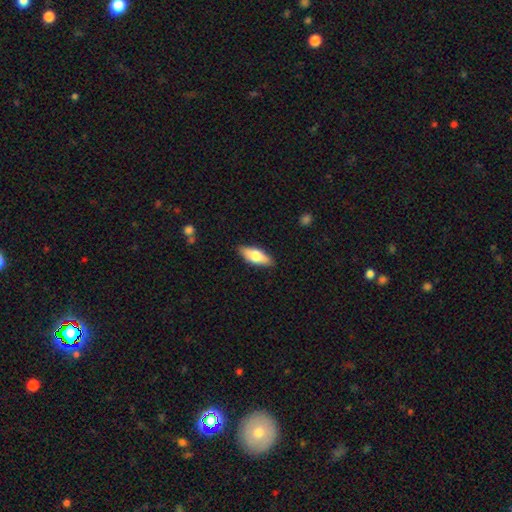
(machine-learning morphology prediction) This is likely a smooth galaxy (63%). How rounded: likely in between (71%). Merging: clearly none (88%).